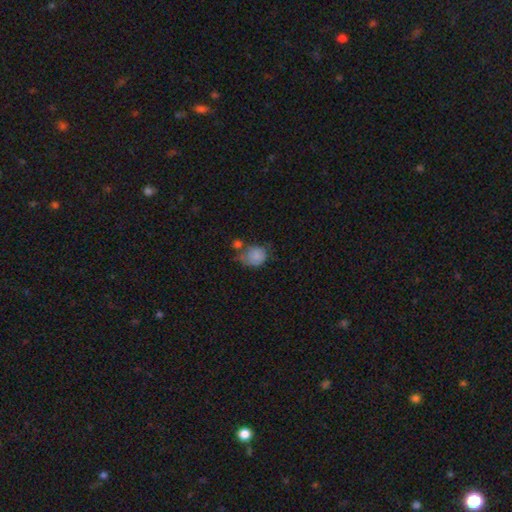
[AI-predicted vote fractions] Morphology: type=smooth (81%); roundness=round (65%); merging=none (36%).